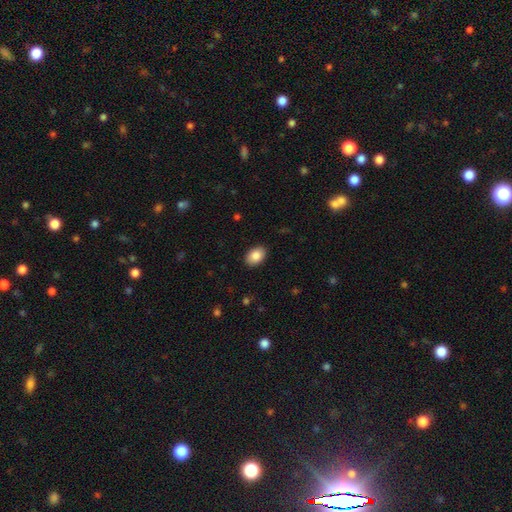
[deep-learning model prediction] Smooth or featured? Predicted: smooth (p=0.87). How rounded? Predicted: in between (p=0.86). Merging? Predicted: none (p=0.89).